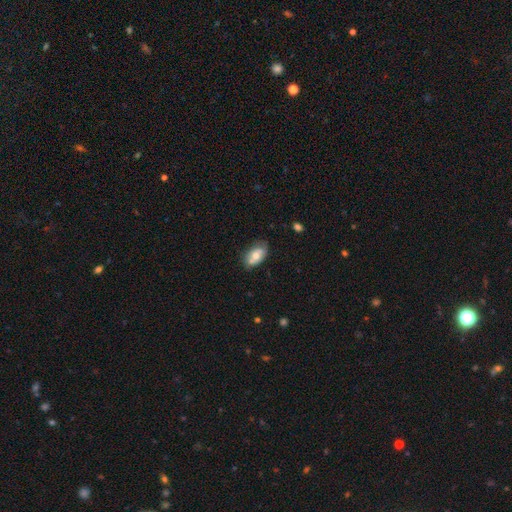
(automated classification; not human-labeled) The model was most divided on "smooth or featured": smooth: 58%, featured or disk: 35%, star or artifact: 8%. More confident: how rounded — in between (89%); merging — none (58%).